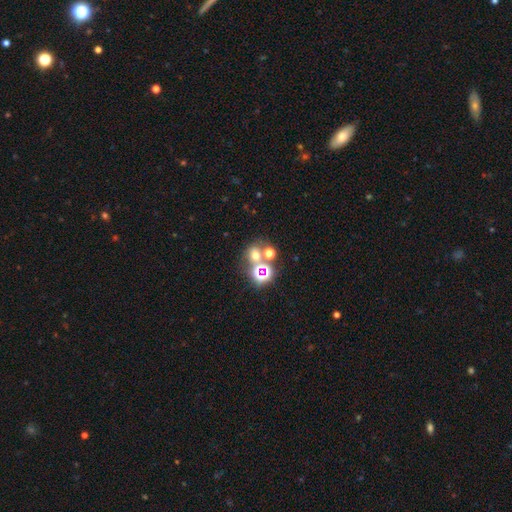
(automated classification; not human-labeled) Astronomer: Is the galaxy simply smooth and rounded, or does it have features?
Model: smooth — 51% (runner-up: star or artifact, 36%).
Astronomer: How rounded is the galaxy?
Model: round — 72%.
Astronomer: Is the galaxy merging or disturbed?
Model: none — 53% (runner-up: merger, 33%).